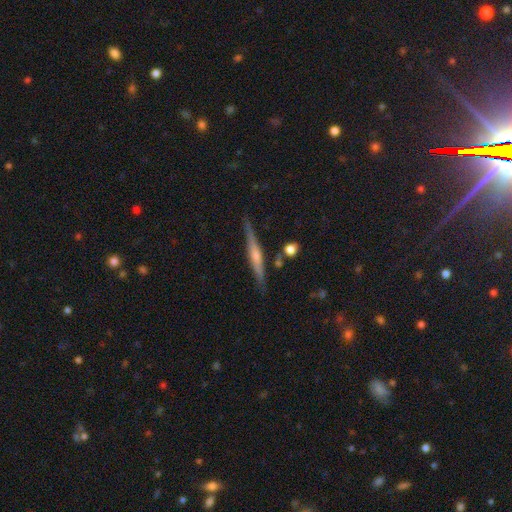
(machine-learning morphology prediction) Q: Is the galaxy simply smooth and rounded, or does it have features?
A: featured or disk — 65%.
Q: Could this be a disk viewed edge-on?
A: yes — 97%.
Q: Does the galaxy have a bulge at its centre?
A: rounded — 64%.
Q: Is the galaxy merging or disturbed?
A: none — 85%.